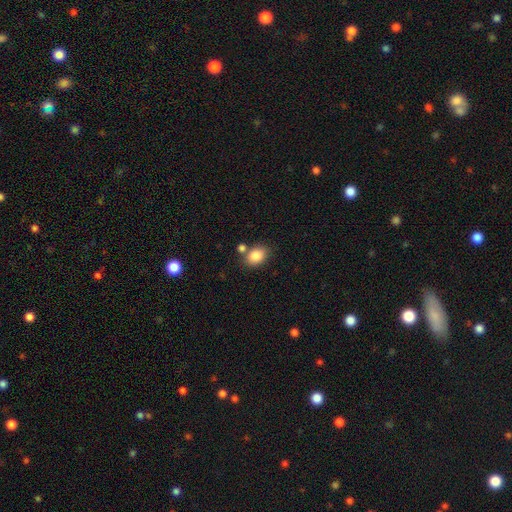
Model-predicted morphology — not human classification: This appears to be a smooth galaxy with no disk features (85%) that is in between round and cigar-shaped (72%). Merging: none (69%).